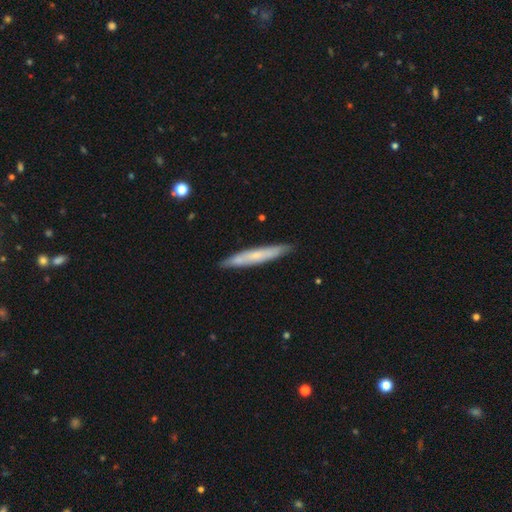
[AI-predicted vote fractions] A smooth galaxy with no disk features (53%) that is cigar-shaped (94%). Merging: none (88%).